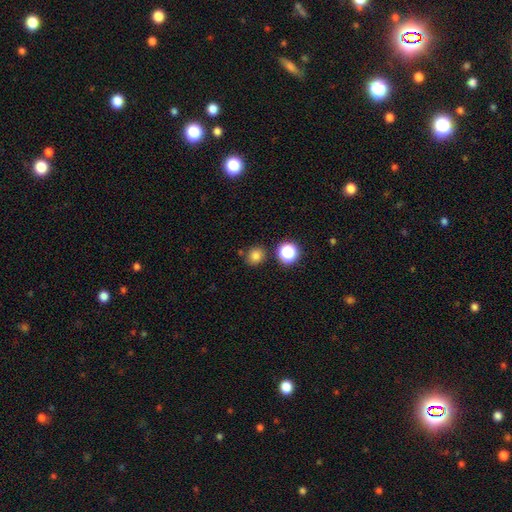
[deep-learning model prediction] Morphology: type=smooth (79%); roundness=round (80%); merging=none (80%).